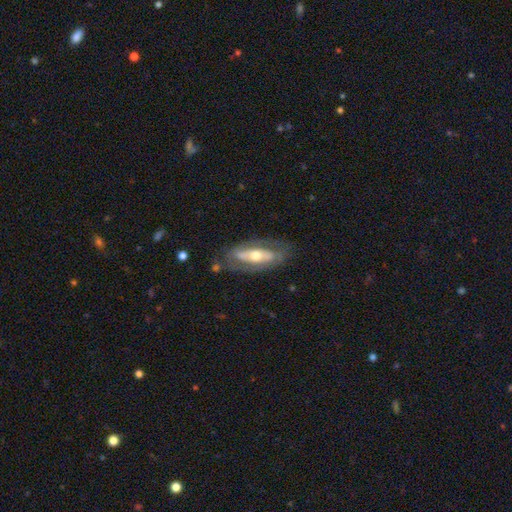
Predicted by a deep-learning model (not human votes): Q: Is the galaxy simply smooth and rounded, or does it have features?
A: featured or disk — 67%.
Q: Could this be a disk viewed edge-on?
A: no — 80%.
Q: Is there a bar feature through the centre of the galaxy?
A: no — 56%.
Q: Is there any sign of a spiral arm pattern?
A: no — 55%.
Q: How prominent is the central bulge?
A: moderate — 67%.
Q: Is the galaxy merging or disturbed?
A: none — 74%.